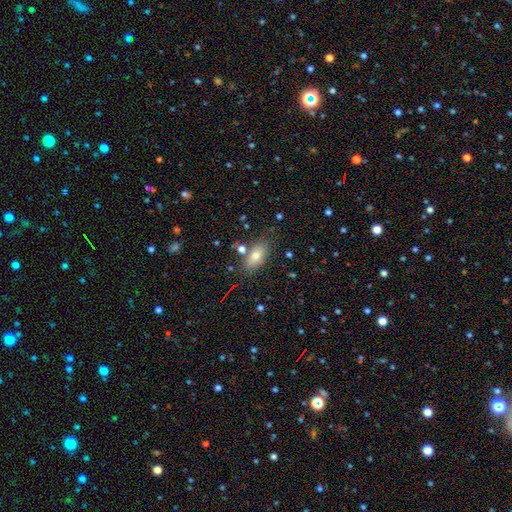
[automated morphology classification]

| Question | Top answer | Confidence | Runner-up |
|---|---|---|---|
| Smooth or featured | smooth | 75% | featured or disk (15%) |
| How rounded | in between | 86% | cigar-shaped (8%) |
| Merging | none | 77% | minor disturbance (13%) |